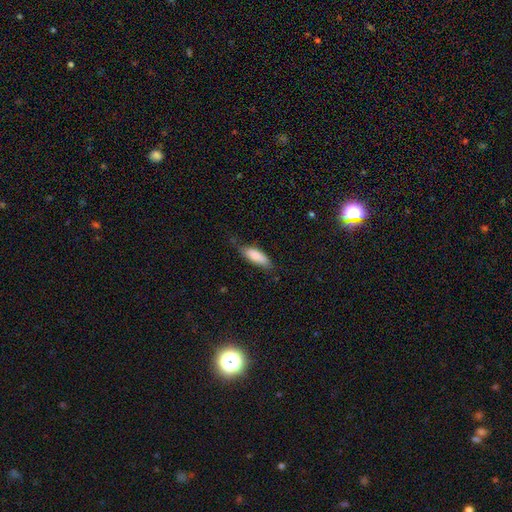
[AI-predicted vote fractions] Smooth or featured: smooth — 82% (featured or disk — 11%)
How rounded: in between — 65% (cigar-shaped — 33%)
Merging: none — 62% (minor disturbance — 29%)